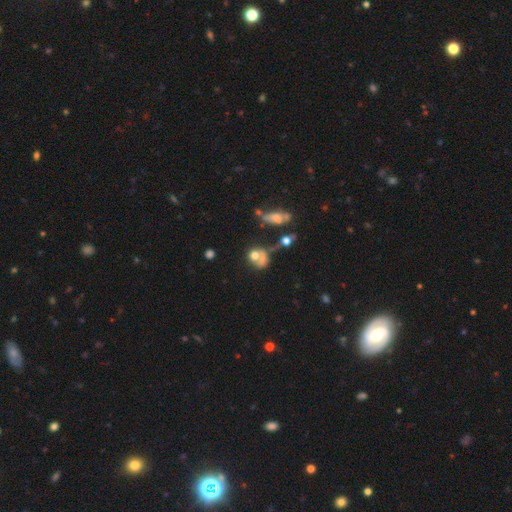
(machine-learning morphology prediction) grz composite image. It shows a smooth galaxy with no disk features (61%) that is round (63%). Merging: merger (37%).